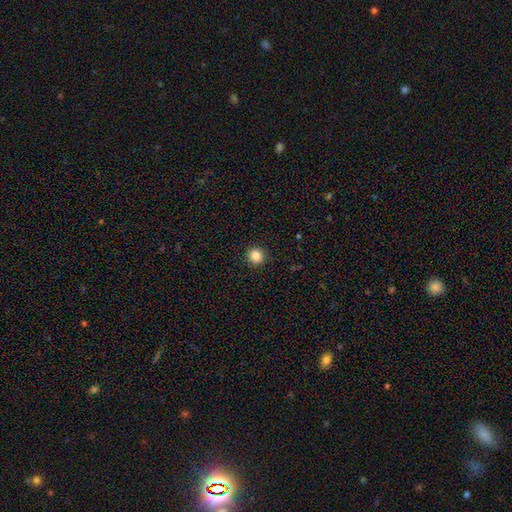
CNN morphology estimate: The model was most divided on "smooth or featured": smooth: 85%, star or artifact: 11%, featured or disk: 4%. More confident: how rounded — round (94%); merging — none (92%).